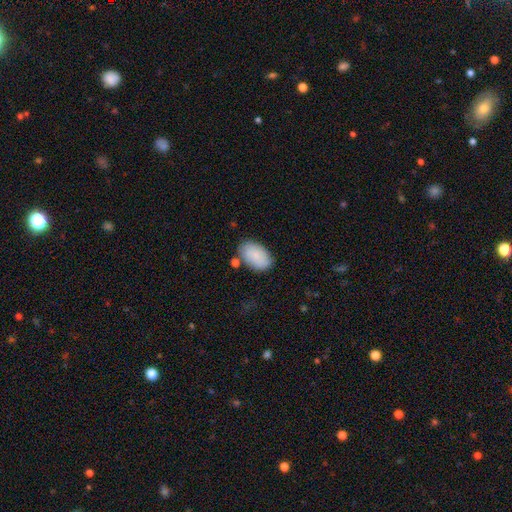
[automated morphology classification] type=smooth (86%); roundness=in between (93%); merging=none (72%).